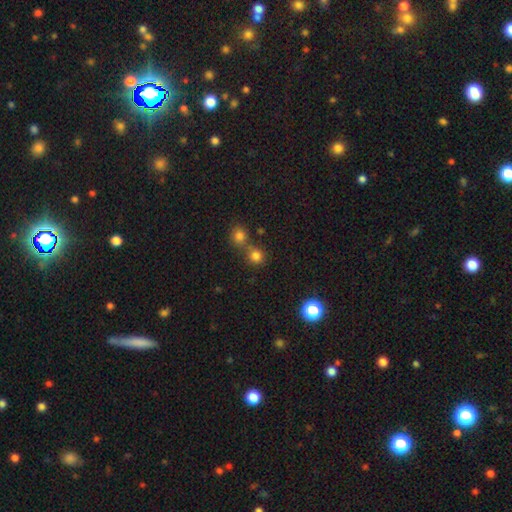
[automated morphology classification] type=smooth (79%); roundness=round (88%); merging=none (53%).